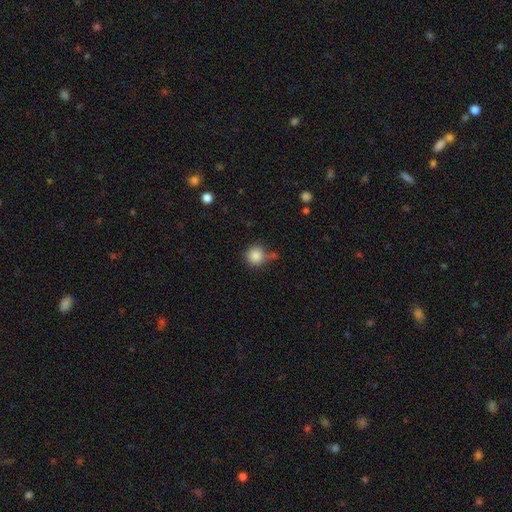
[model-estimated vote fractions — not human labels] Q: Smooth or featured?
A: smooth (86%); runner-up: star or artifact (10%)
Q: How rounded?
A: round (94%); runner-up: in between (6%)
Q: Merging?
A: none (72%); runner-up: minor disturbance (14%)